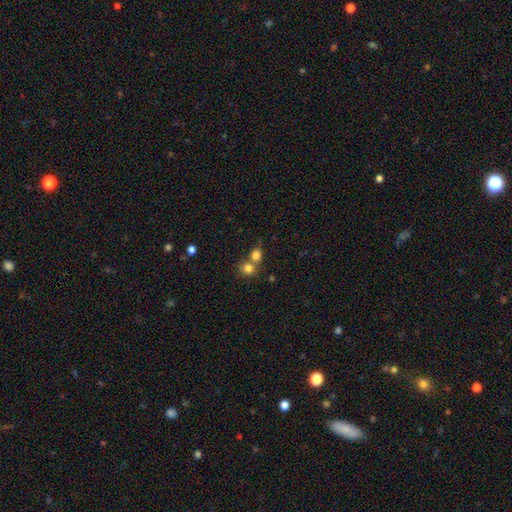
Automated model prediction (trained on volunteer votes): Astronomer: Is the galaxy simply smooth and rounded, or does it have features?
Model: smooth — 79%.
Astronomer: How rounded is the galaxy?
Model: round — 75%.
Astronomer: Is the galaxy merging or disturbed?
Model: merger — 49% (runner-up: none, 41%).